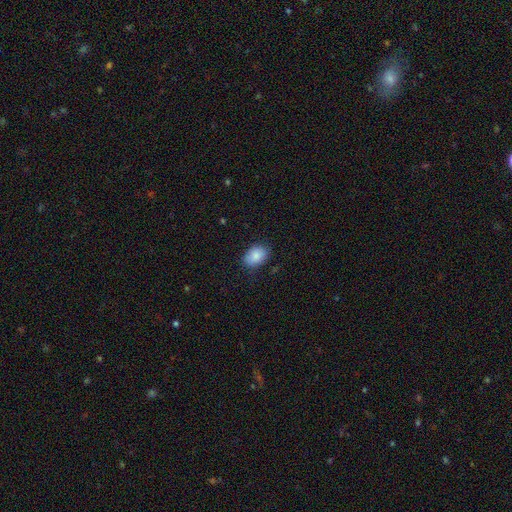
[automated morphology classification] Smooth or featured?
  - smooth: 87% *
  - star or artifact: 7%
  - featured or disk: 6%
How rounded?
  - in between: 77% *
  - round: 22%
  - cigar-shaped: 1%
Merging?
  - none: 82% *
  - minor disturbance: 14%
  - major disturbance: 3%
  - merger: 1%